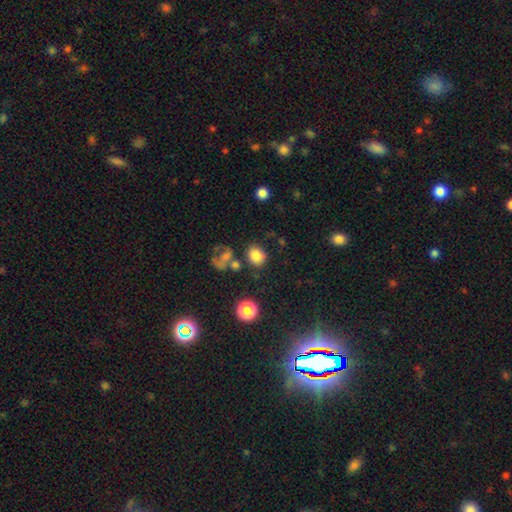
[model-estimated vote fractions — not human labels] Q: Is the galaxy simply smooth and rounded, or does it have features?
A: smooth — 80%.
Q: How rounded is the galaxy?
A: round — 64%.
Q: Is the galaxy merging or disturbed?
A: none — 73%.